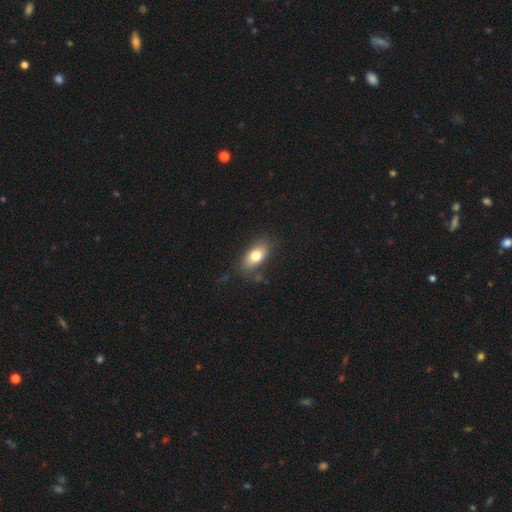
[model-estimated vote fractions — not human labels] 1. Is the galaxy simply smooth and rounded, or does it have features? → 77% smooth, 15% featured or disk, 8% star or artifact.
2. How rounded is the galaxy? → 88% in between, 7% round, 5% cigar-shaped.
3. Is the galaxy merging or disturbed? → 77% none, 16% minor disturbance, 4% major disturbance, 3% merger.